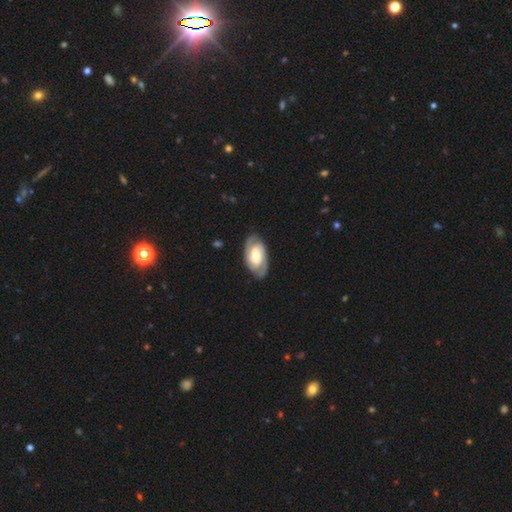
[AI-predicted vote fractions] featured or disk 82%, smooth 14%, star or artifact 4%. Down the decision tree: edge-on disk — no (96%); bar — weak (41%); spiral arms — yes (94%); spiral arm count — 2 (87%); spiral winding — tight (55%); bulge size — moderate (59%); merging — none (84%).